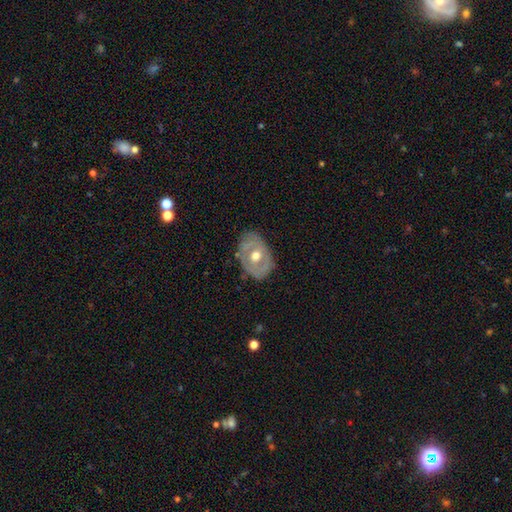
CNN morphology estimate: type=featured or disk (70%); edge-on=no (93%); bar=no (77%); spiral arms=no (60%); bulge=moderate (79%); merging=none (77%).